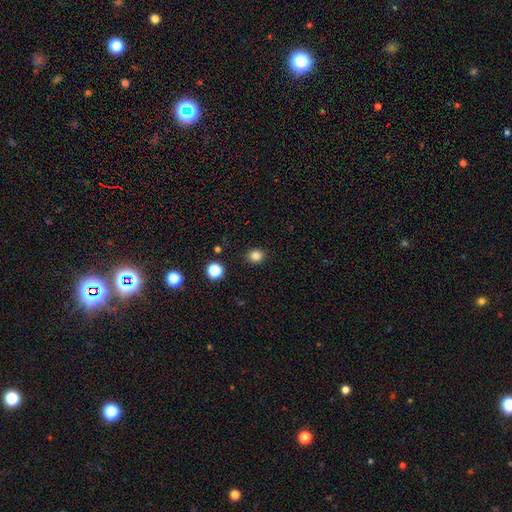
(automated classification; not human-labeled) Smooth or featured? Predicted: smooth (p=0.83). How rounded? Predicted: round (p=0.80). Merging? Predicted: none (p=0.90).